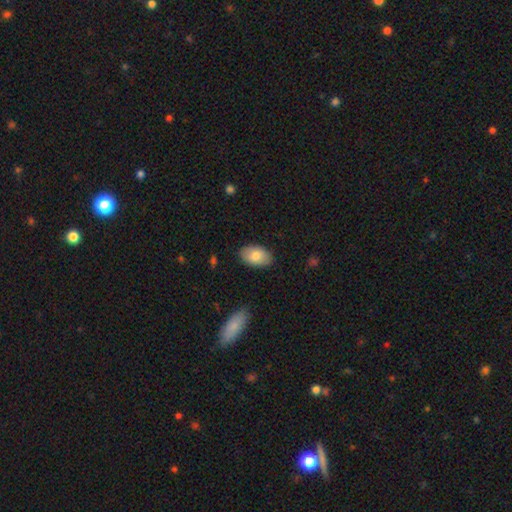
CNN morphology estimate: Smooth or featured? Predicted: smooth (p=0.80). How rounded? Predicted: in between (p=0.93). Merging? Predicted: none (p=0.85).